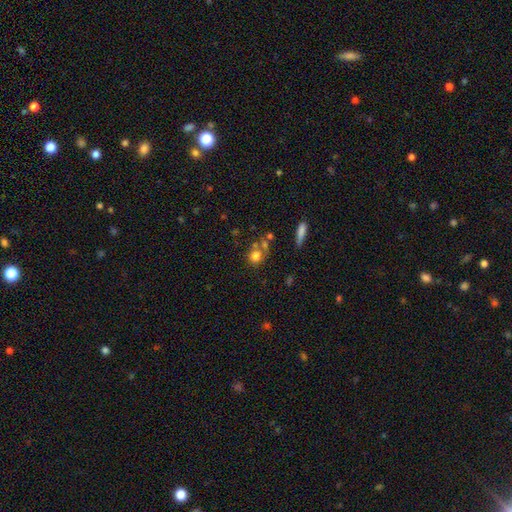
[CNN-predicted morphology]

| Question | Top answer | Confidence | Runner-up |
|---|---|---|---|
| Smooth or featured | smooth | 76% | star or artifact (12%) |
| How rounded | round | 78% | in between (20%) |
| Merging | none | 50% | merger (30%) |